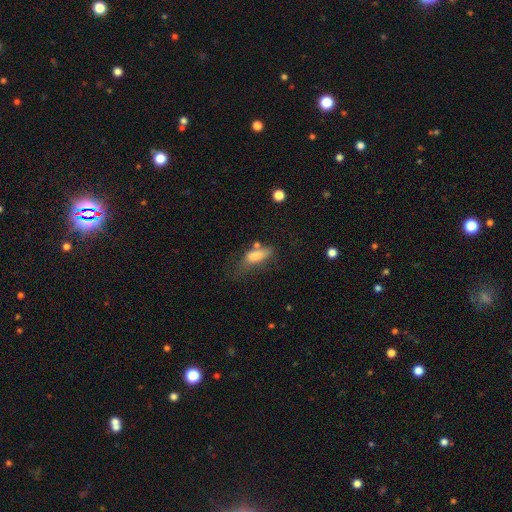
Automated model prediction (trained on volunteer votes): A smooth galaxy with no disk features (74%) that is in between round and cigar-shaped (72%).

Vote fractions:
- Smooth or featured? smooth: 74% / featured or disk: 16% / star or artifact: 10%
- How rounded? in between: 72% / cigar-shaped: 24% / round: 4%
- Merging? none: 33% / minor disturbance: 29% / major disturbance: 27% / merger: 12%